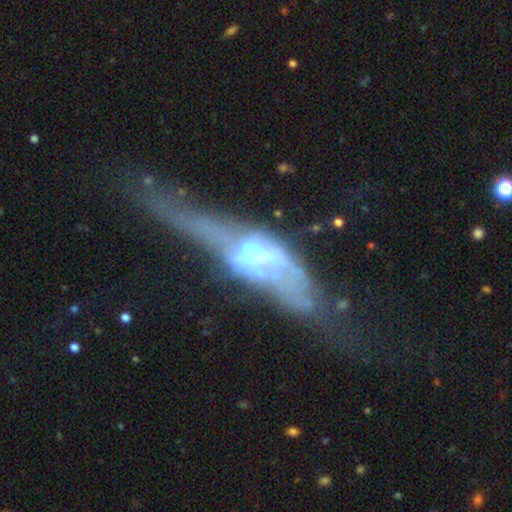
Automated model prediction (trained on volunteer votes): This appears to be a featured or disk galaxy (70%). Merging: major disturbance (43%).